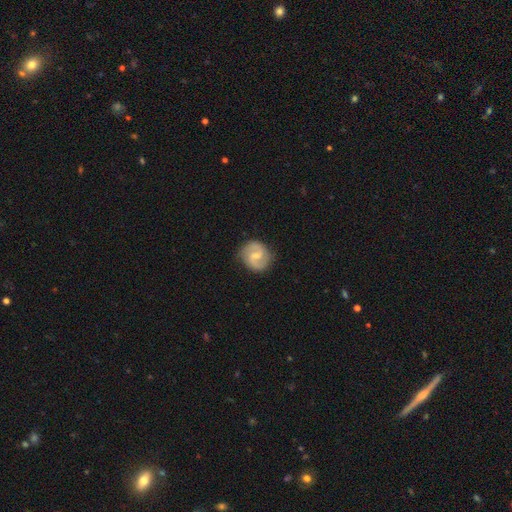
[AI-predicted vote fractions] A featured or disk galaxy (80%) with a weak bar (61%), 2 (91%) medium (54%) spiral arms (95%) and a small central bulge (49%). Merging: none (84%).